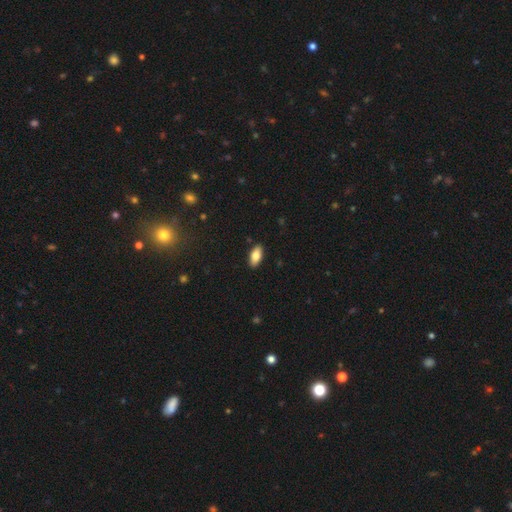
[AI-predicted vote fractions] Q: Smooth or featured?
A: smooth (79%); runner-up: featured or disk (14%)
Q: How rounded?
A: in between (88%); runner-up: cigar-shaped (9%)
Q: Merging?
A: none (89%); runner-up: minor disturbance (8%)